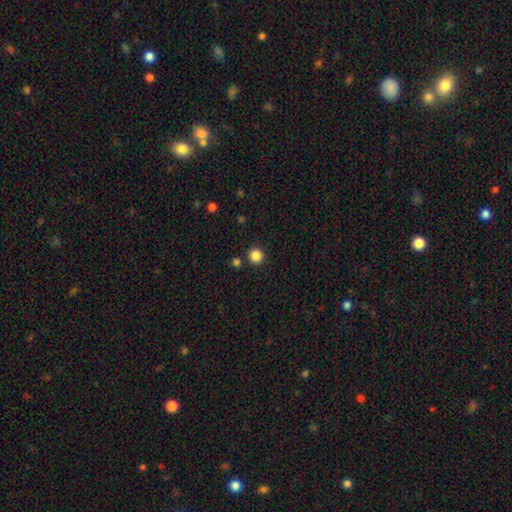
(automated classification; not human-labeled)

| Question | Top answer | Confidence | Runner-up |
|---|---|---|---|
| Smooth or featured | smooth | 85% | star or artifact (12%) |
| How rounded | round | 95% | in between (4%) |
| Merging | none | 88% | minor disturbance (5%) |